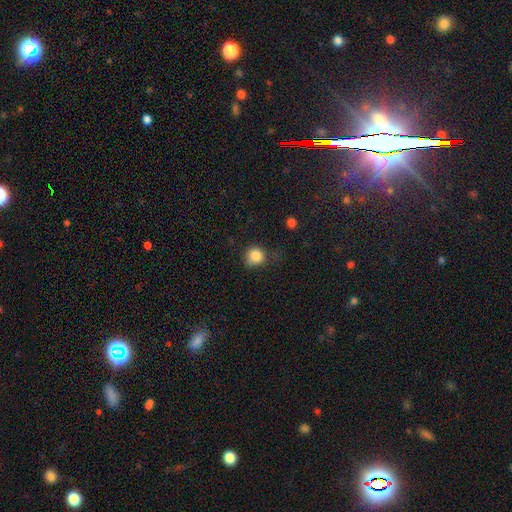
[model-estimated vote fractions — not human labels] Smooth or featured?
  - smooth: 84% *
  - star or artifact: 10%
  - featured or disk: 5%
How rounded?
  - round: 82% *
  - in between: 17%
  - cigar-shaped: 1%
Merging?
  - none: 56% *
  - minor disturbance: 31%
  - major disturbance: 11%
  - merger: 3%